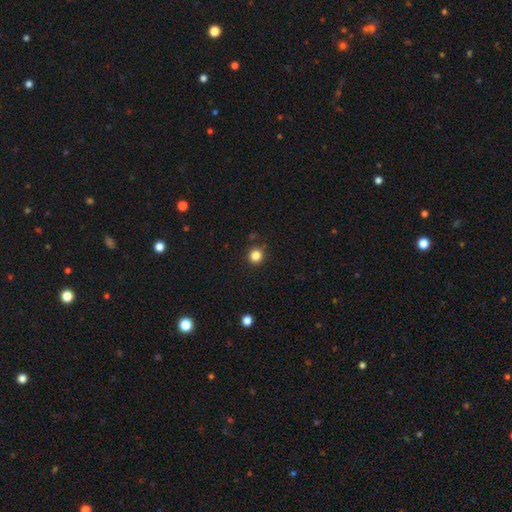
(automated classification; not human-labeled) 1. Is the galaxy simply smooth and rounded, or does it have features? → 84% smooth, 13% star or artifact, 4% featured or disk.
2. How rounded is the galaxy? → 94% round, 6% in between, 1% cigar-shaped.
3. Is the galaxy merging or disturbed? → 91% none, 6% minor disturbance, 2% major disturbance, 2% merger.